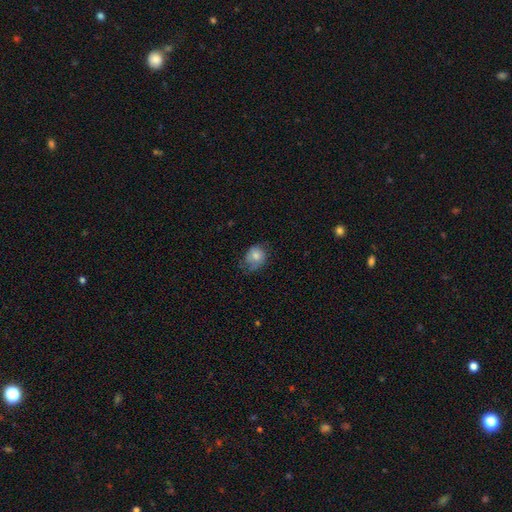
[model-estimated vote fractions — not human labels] smooth-or-featured: smooth: 67% | featured or disk: 25% | star or artifact: 8%
  how-rounded: round: 55% | in between: 44% | cigar-shaped: 1%
  merging: none: 47% | minor disturbance: 32% | major disturbance: 19% | merger: 1%